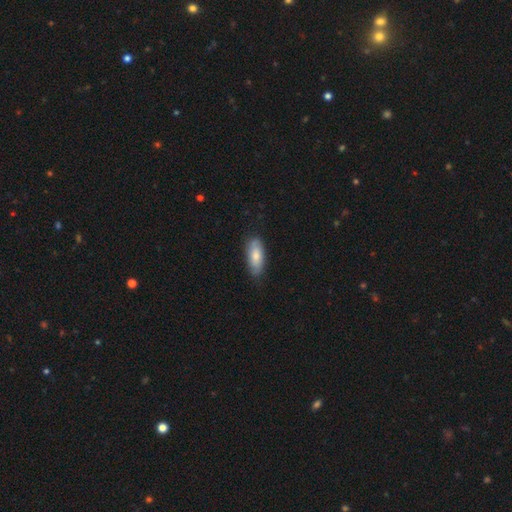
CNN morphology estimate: smooth_or_featured: smooth (p=0.74) [alt: featured or disk p=0.20]
how_rounded: in between (p=0.80) [alt: cigar-shaped p=0.18]
merging: none (p=0.80) [alt: minor disturbance p=0.16]